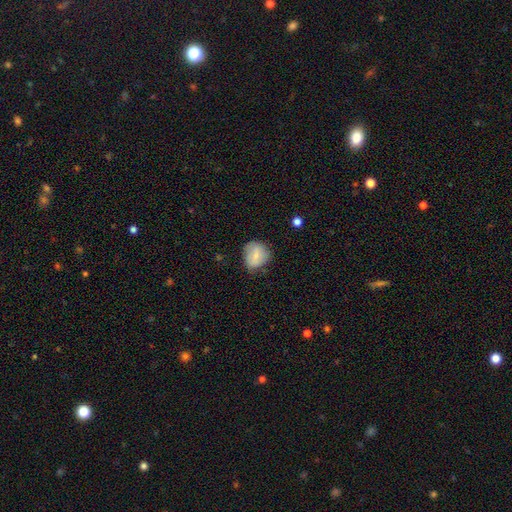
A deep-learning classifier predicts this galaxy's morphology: Q: Smooth or featured?
A: smooth (74%); runner-up: featured or disk (19%)
Q: How rounded?
A: round (71%); runner-up: in between (28%)
Q: Merging?
A: none (64%); runner-up: minor disturbance (27%)